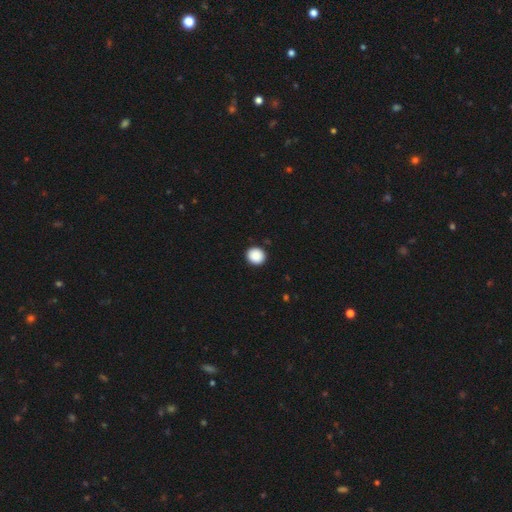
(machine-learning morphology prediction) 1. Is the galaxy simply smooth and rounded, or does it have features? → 89% smooth, 8% star or artifact, 2% featured or disk.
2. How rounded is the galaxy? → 90% round, 9% in between, 1% cigar-shaped.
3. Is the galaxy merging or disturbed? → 92% none, 5% minor disturbance, 2% major disturbance, 1% merger.